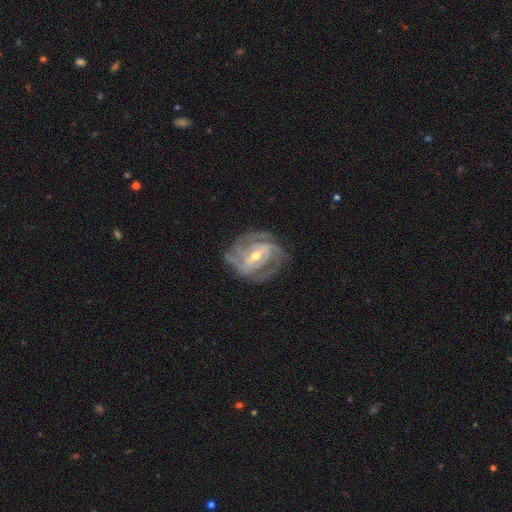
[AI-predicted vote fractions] The model was most divided on "bulge size": moderate: 53%, small: 44%, large: 2%, none: 1%, dominant: 1%. Remaining: edge-on disk — no (97%); spiral arms — yes (97%); smooth or featured — featured or disk (89%); merging — none (73%); spiral winding — tight (59%); bar — weak (43%); spiral arm count — 3 (35%).